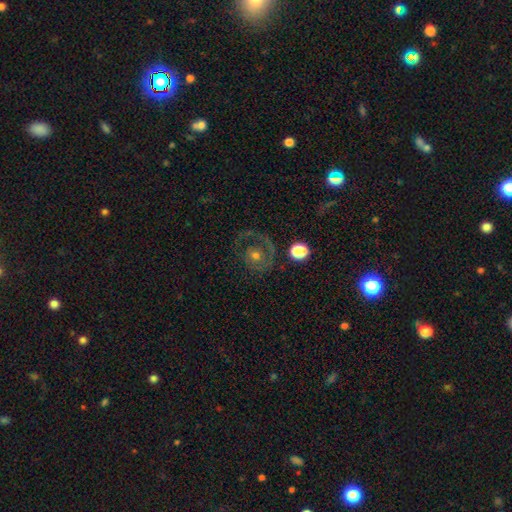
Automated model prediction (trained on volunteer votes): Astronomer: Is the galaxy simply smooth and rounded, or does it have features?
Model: featured or disk — 62%.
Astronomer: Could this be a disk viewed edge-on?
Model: no — 97%.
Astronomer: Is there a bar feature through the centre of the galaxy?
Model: no — 83%.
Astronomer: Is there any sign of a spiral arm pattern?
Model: yes — 59% (runner-up: no, 41%).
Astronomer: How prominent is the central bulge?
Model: moderate — 60%.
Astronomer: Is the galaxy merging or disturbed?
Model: none — 63%.